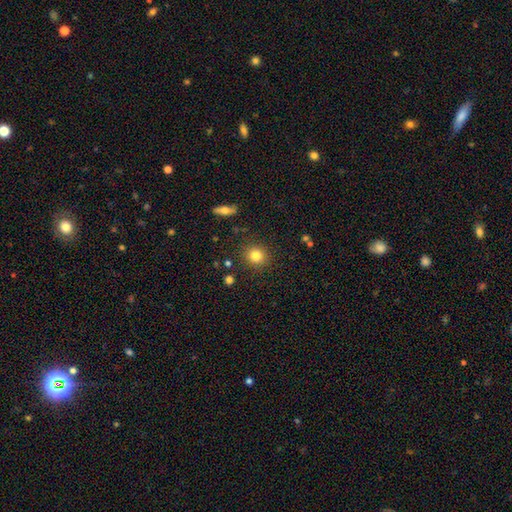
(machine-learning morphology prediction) Smooth or featured? smooth (82%)
How rounded? round (86%)
Merging? none (88%)